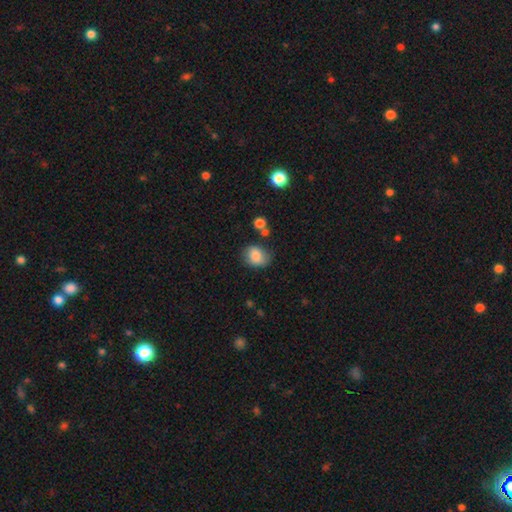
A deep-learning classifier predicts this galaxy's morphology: This appears to be a smooth galaxy with no disk features (81%) that is in between round and cigar-shaped (54%). Merging: none (66%).